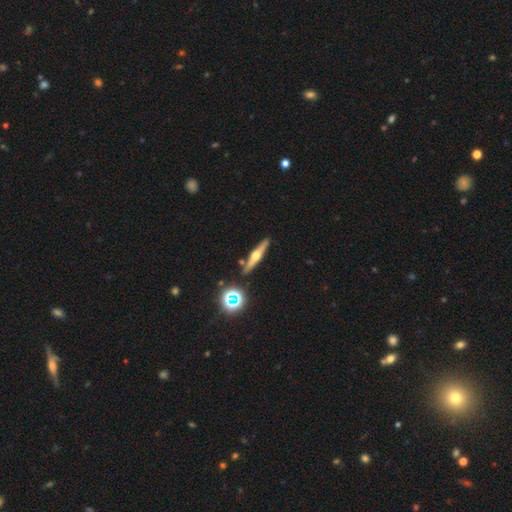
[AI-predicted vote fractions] Smooth or featured: featured or disk — 66% (smooth — 25%)
Edge-on disk: yes — 96% (no — 4%)
Edge-on bulge: rounded — 94% (boxy — 3%)
Merging: none — 87% (minor disturbance — 8%)